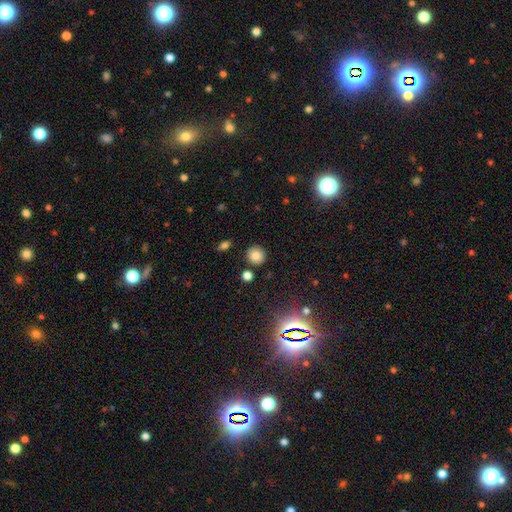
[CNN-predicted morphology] smooth 82%, star or artifact 12%, featured or disk 6%. Down the decision tree: how rounded — round (89%); merging — none (86%).